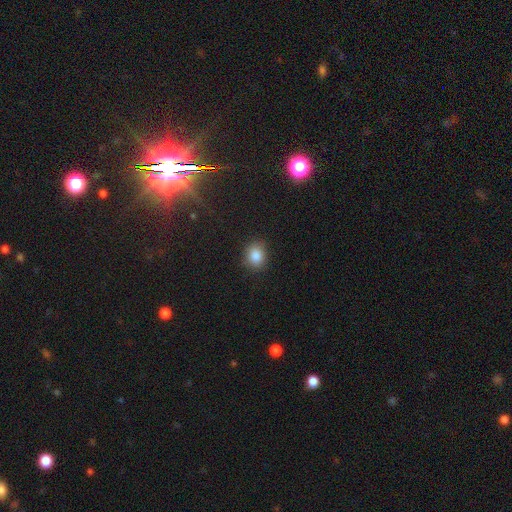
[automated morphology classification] Smooth or featured? Predicted: smooth (p=0.84). How rounded? Predicted: round (p=0.64). Merging? Predicted: none (p=0.87).